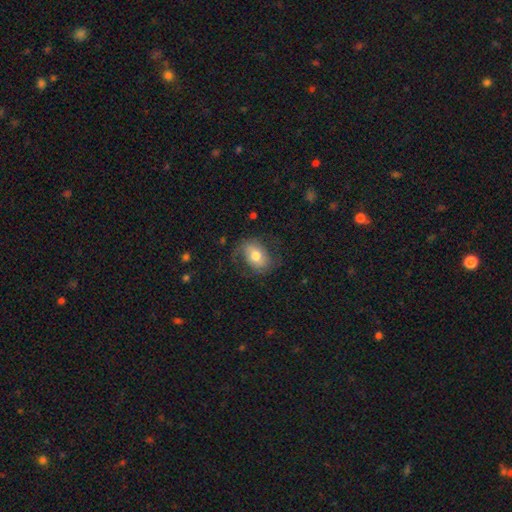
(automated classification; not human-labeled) Smooth or featured? Predicted: smooth (p=0.50). Merging? Predicted: none (p=0.62).